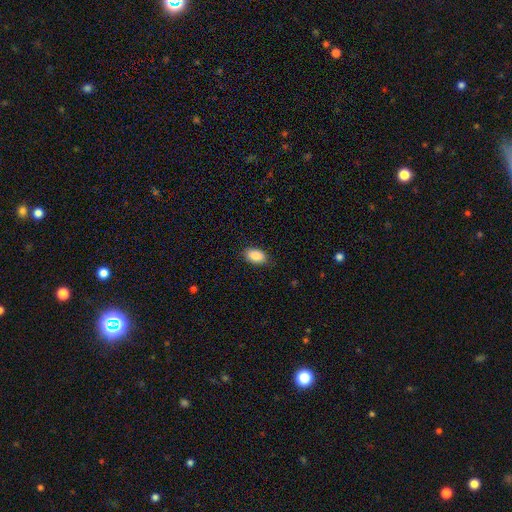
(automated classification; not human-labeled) smooth_or_featured: smooth (p=0.88) [alt: star or artifact p=0.07]
how_rounded: in between (p=0.90) [alt: round p=0.09]
merging: none (p=0.84) [alt: minor disturbance p=0.12]